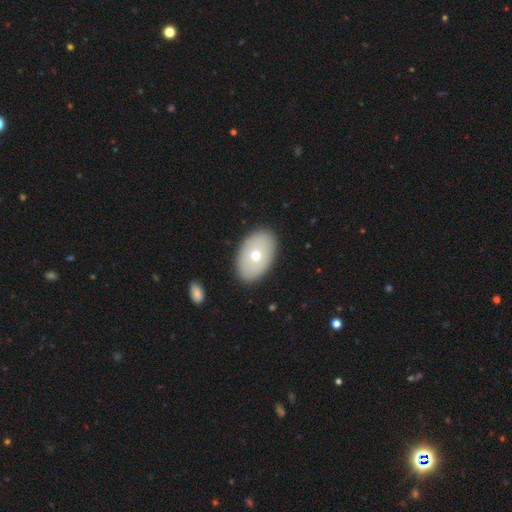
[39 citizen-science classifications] A smooth galaxy with no disk features (67%) that is in between round and cigar-shaped (96%). Merging: none (95%).